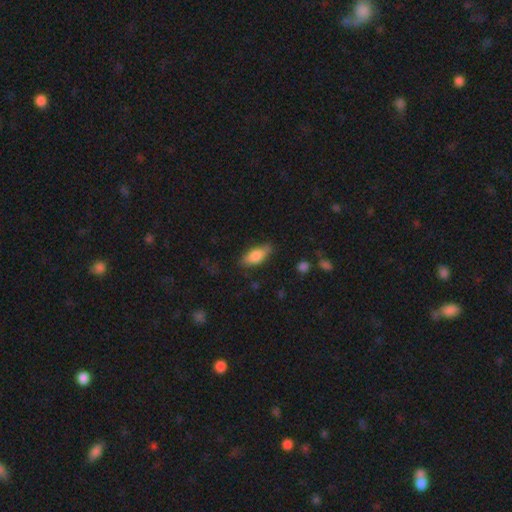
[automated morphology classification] type=smooth (80%); roundness=in between (81%); merging=none (73%).